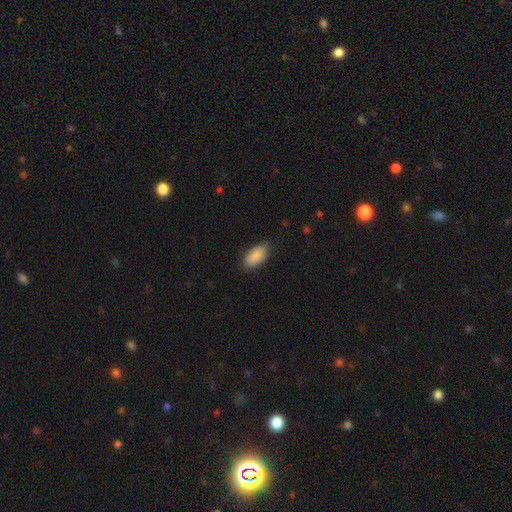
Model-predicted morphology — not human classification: Smooth or featured?
  - smooth: 89% *
  - star or artifact: 6%
  - featured or disk: 5%
How rounded?
  - in between: 91% *
  - cigar-shaped: 7%
  - round: 2%
Merging?
  - none: 79% *
  - minor disturbance: 17%
  - major disturbance: 3%
  - merger: 1%